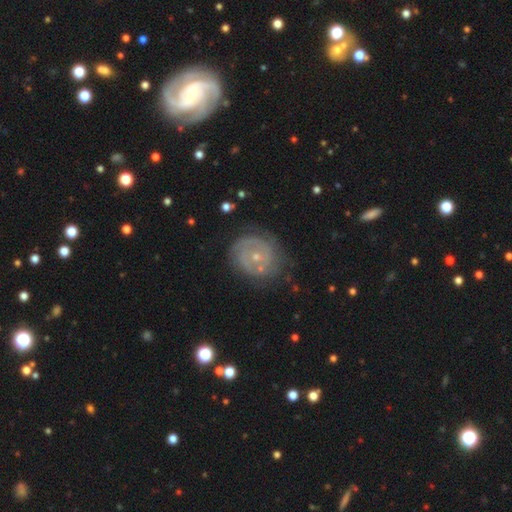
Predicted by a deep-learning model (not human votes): Overall: featured or disk (75%). Edge-on disk: no (97%). Bar: no (79%). Spiral arms: yes (84%). Spiral arm count: 2 (36%, tied with can't tell). Spiral winding: tight (71%). Bulge size: small (71%). Merging: none (71%).